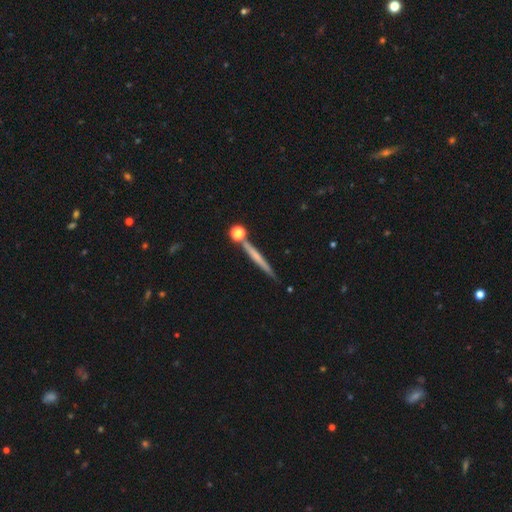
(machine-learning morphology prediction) type=smooth (47%); merging=none (79%).